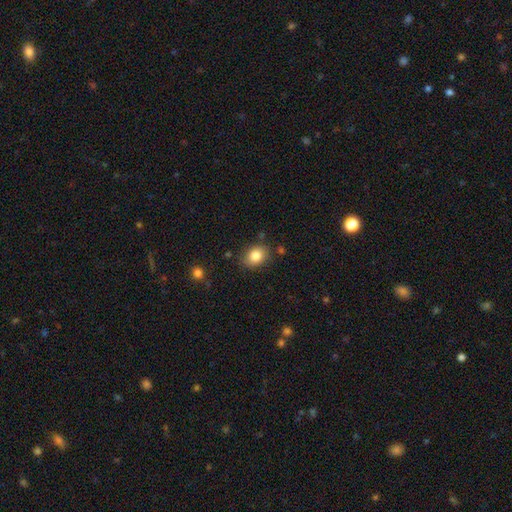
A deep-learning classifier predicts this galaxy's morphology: Smooth or featured: smooth — 84% (star or artifact — 9%)
How rounded: in between — 55% (round — 45%)
Merging: none — 80% (minor disturbance — 14%)